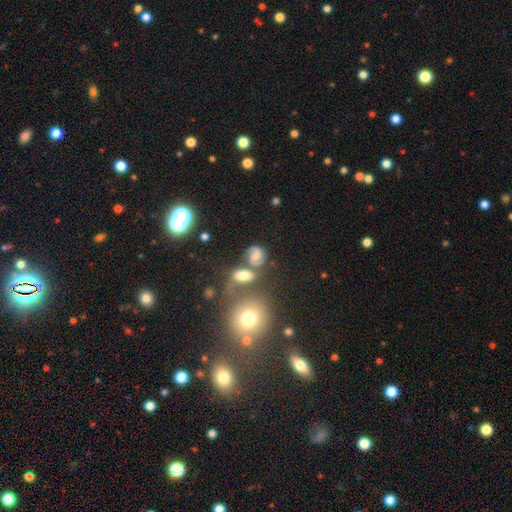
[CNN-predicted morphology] A featured or disk galaxy (52%). Merging: none (49%).